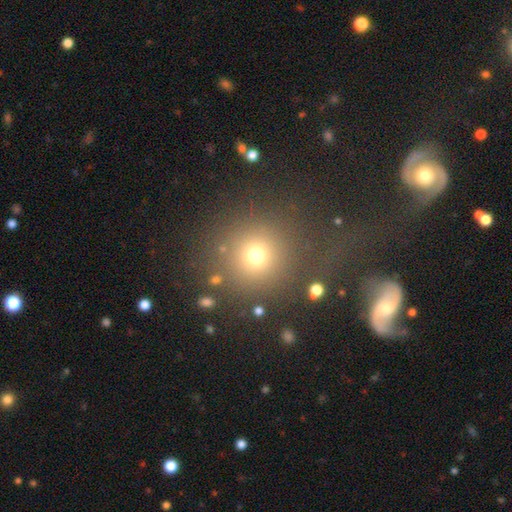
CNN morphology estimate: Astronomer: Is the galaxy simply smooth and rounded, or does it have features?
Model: smooth — 72%.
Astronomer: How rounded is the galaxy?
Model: round — 93%.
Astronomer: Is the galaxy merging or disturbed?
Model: none — 77%.